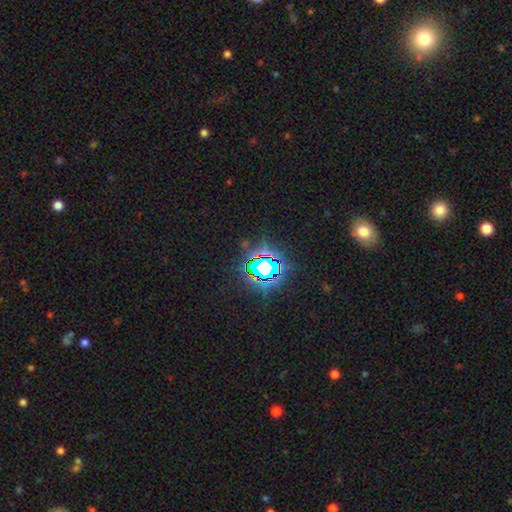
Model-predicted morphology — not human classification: This is clearly a star or artifact rather than a galaxy (81%).